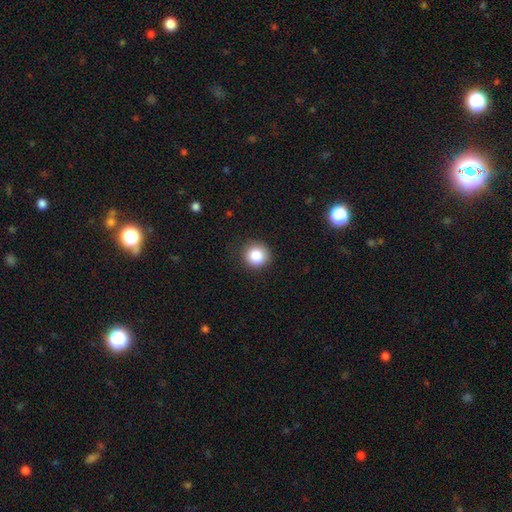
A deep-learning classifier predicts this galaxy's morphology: A smooth galaxy with no disk features (85%) that is round (92%). Merging: none (87%).